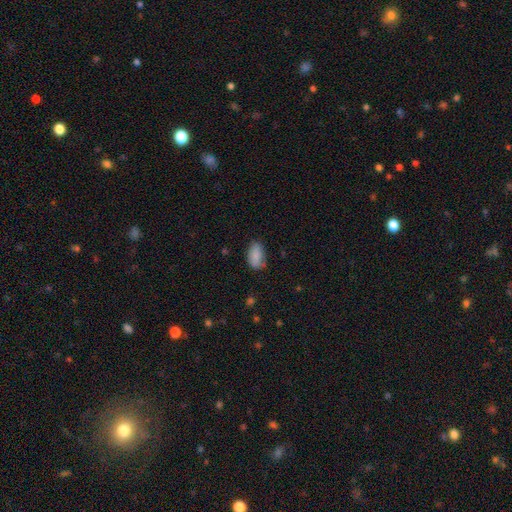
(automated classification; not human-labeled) A smooth galaxy with no disk features (85%) that is in between round and cigar-shaped (92%).

Vote fractions:
- Smooth or featured? smooth: 85% / featured or disk: 8% / star or artifact: 7%
- How rounded? in between: 92% / round: 5% / cigar-shaped: 3%
- Merging? none: 68% / minor disturbance: 25% / major disturbance: 5% / merger: 2%